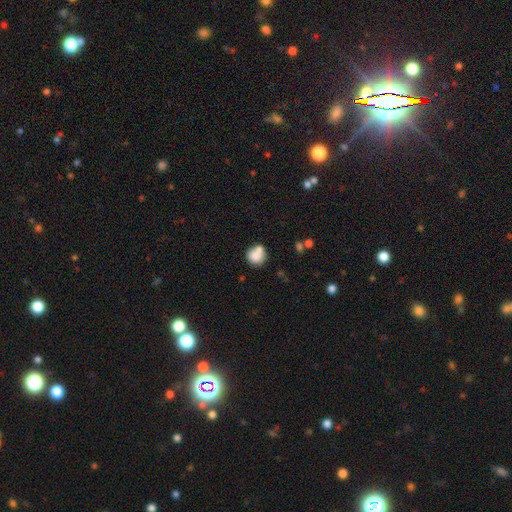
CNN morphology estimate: This is clearly a smooth galaxy (81%). How rounded: clearly round (84%). Merging: possibly none (52%).